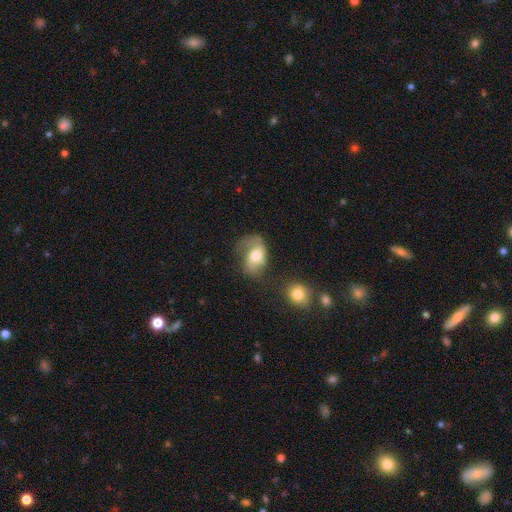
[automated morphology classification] type=smooth (47%); merging=none (35%).